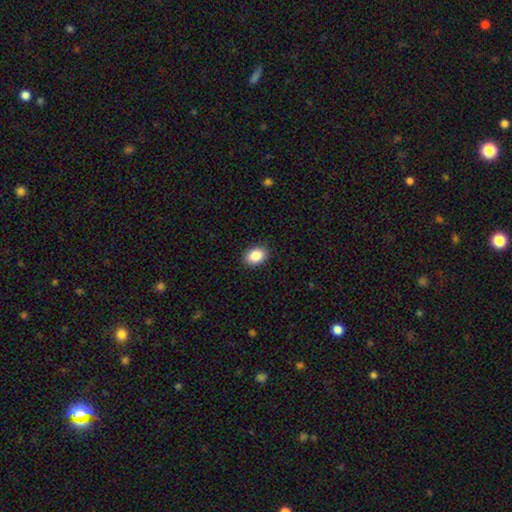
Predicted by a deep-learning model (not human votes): This appears to be a smooth galaxy with no disk features (88%) that is in between round and cigar-shaped (74%). Merging: none (89%).